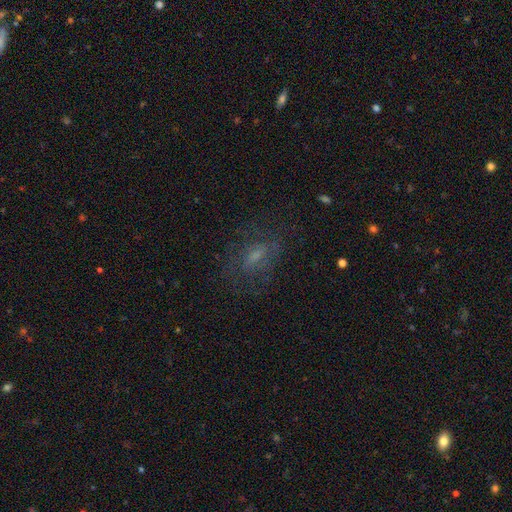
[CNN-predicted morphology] Smooth or featured? featured or disk (45%)
Merging? none (64%)